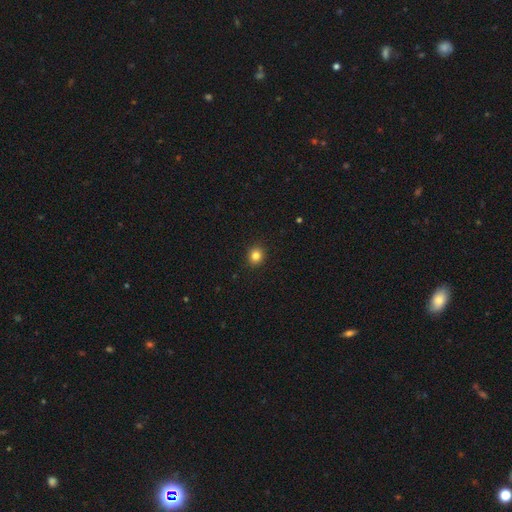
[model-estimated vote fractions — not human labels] smooth_or_featured: smooth (p=0.83) [alt: star or artifact p=0.12]
how_rounded: round (p=0.84) [alt: in between p=0.15]
merging: none (p=0.92) [alt: minor disturbance p=0.06]